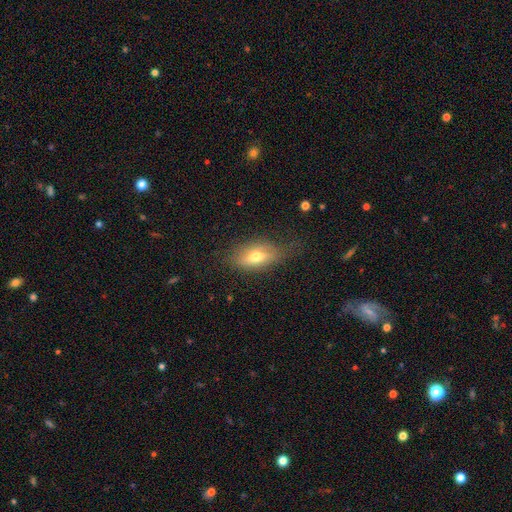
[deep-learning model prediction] A smooth galaxy with no disk features (58%) that is in between round and cigar-shaped (79%). Merging: none (67%).